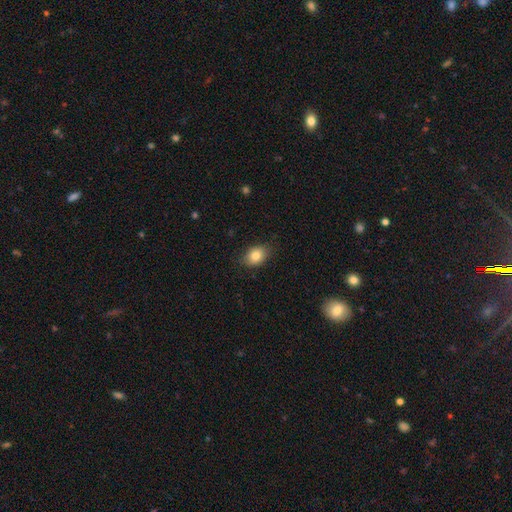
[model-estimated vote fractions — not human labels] Smooth or featured? Predicted: smooth (p=0.82). How rounded? Predicted: in between (p=0.73). Merging? Predicted: none (p=0.83).